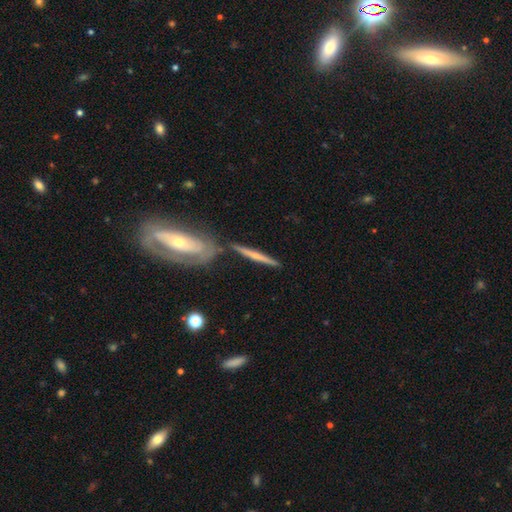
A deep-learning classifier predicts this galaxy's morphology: smooth-or-featured: featured or disk: 56% | smooth: 38% | star or artifact: 6%
  disk-edge-on: yes: 93% | no: 7%
    edge-on-bulge: rounded: 52% | none: 41% | boxy: 7%
  merging: none: 72% | merger: 13% | minor disturbance: 11% | major disturbance: 4%